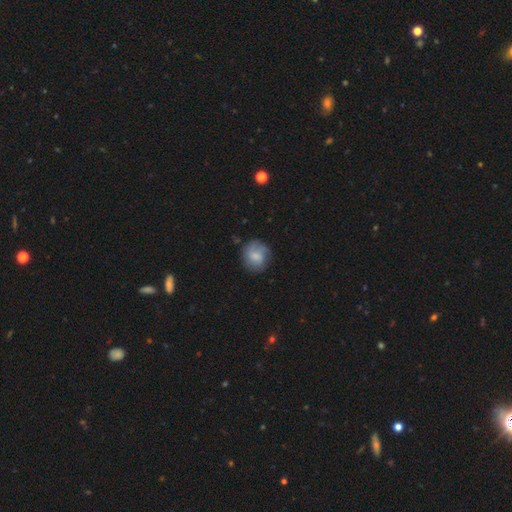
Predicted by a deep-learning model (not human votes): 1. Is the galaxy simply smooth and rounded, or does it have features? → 61% smooth, 31% featured or disk, 8% star or artifact.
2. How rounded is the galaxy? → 79% round, 20% in between, 1% cigar-shaped.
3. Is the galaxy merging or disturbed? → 71% none, 20% minor disturbance, 7% major disturbance, 2% merger.